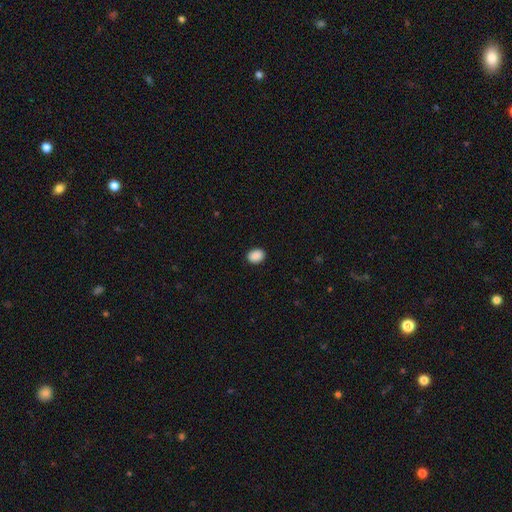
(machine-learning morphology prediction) This is clearly a smooth galaxy (90%). How rounded: likely in between (62%). Merging: clearly none (90%).